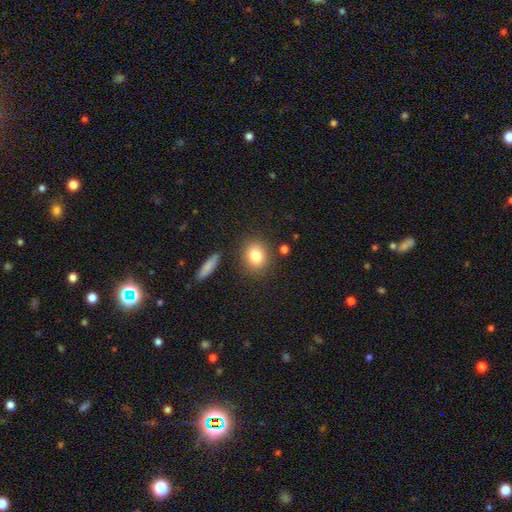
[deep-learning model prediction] Smooth or featured?
  - smooth: 81% *
  - featured or disk: 10%
  - star or artifact: 10%
How rounded?
  - round: 61% *
  - in between: 37%
  - cigar-shaped: 2%
Merging?
  - none: 83% *
  - minor disturbance: 10%
  - merger: 4%
  - major disturbance: 3%